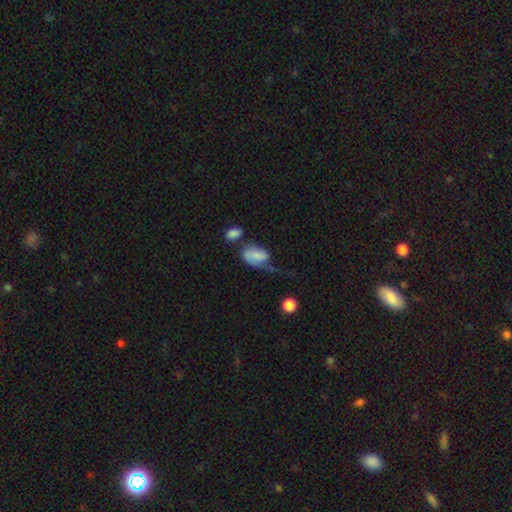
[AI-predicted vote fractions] This appears to be a smooth galaxy with no disk features (56%) that is in between round and cigar-shaped (86%). Merging: major disturbance (39%).